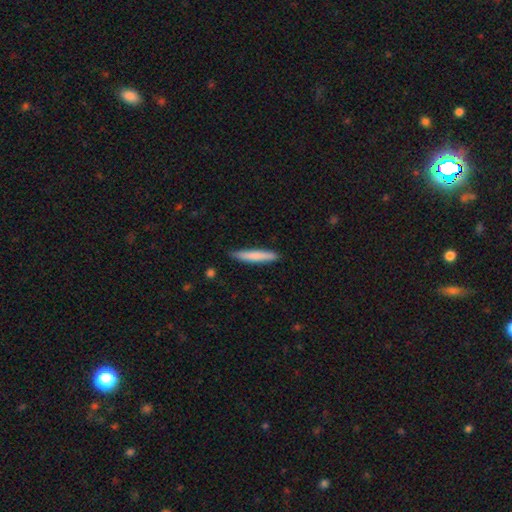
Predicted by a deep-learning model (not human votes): A smooth galaxy with no disk features (77%) that is cigar-shaped (93%). Merging: none (85%).